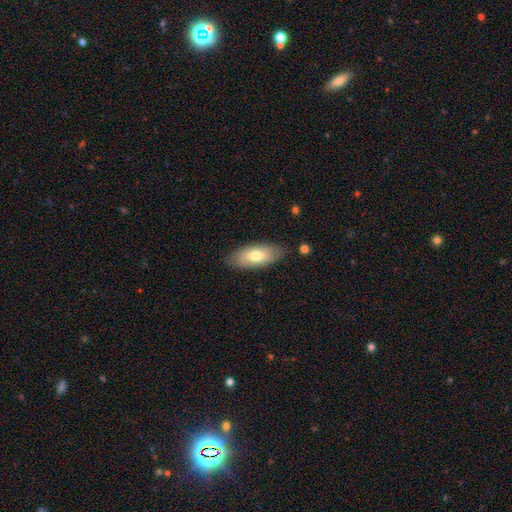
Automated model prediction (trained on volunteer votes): Overall: smooth (70%). How rounded: in between (85%). Merging: none (81%).